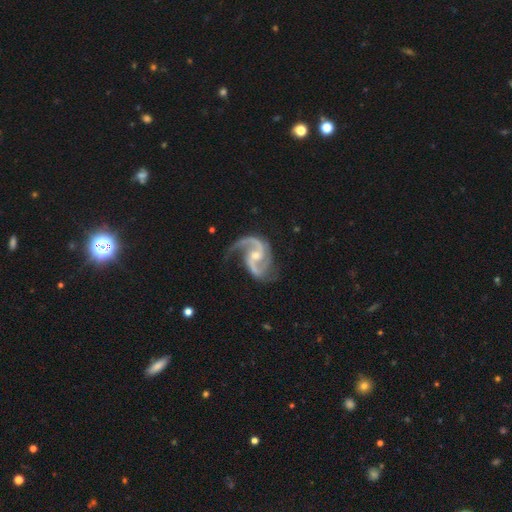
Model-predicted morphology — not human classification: Smooth or featured? featured or disk (94%)
Edge-on disk? no (98%)
Bar? weak (47%)
Spiral arms? yes (98%)
Spiral winding? medium (56%)
Spiral arm count? 2 (90%)
Bulge size? moderate (50%)
Merging? none (62%)